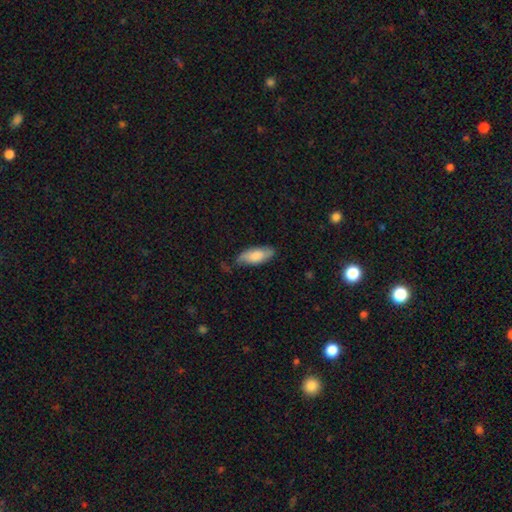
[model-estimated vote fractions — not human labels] This is likely a smooth galaxy (75%). How rounded: likely in between (78%). Merging: likely none (65%).